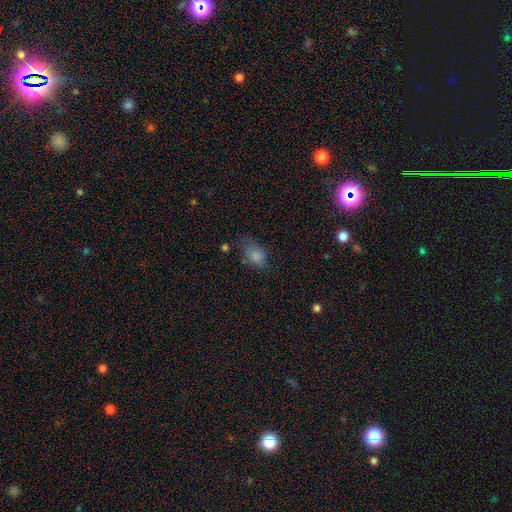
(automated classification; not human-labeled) smooth_or_featured: smooth (p=0.80) [alt: star or artifact p=0.11]
how_rounded: in between (p=0.80) [alt: round p=0.19]
merging: none (p=0.47) [alt: minor disturbance p=0.34]